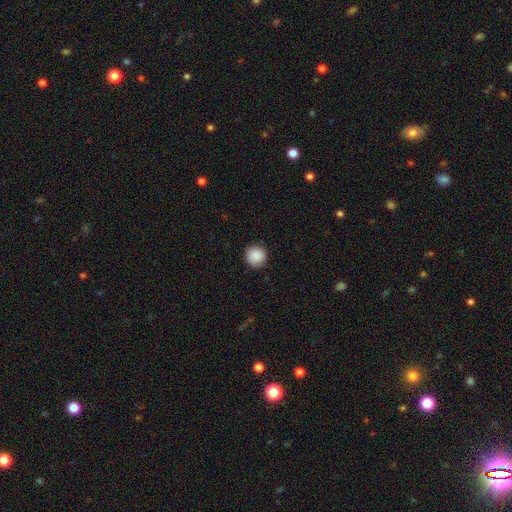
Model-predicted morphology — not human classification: A smooth galaxy with no disk features (89%) that is round (95%).

Vote fractions:
- Smooth or featured? smooth: 89% / star or artifact: 8% / featured or disk: 3%
- How rounded? round: 95% / in between: 4% / cigar-shaped: 1%
- Merging? none: 90% / minor disturbance: 7% / major disturbance: 2% / merger: 1%